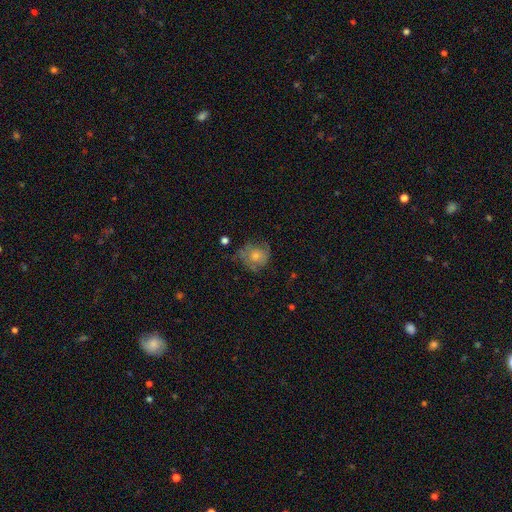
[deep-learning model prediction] smooth_or_featured: smooth (p=0.44) [alt: featured or disk p=0.42]
merging: none (p=0.59) [alt: minor disturbance p=0.25]